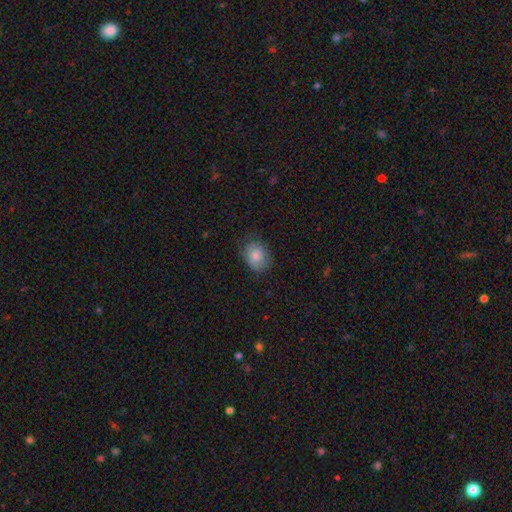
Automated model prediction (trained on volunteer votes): smooth_or_featured: smooth (p=0.81) [alt: featured or disk p=0.11]
how_rounded: in between (p=0.54) [alt: round p=0.45]
merging: none (p=0.71) [alt: minor disturbance p=0.21]